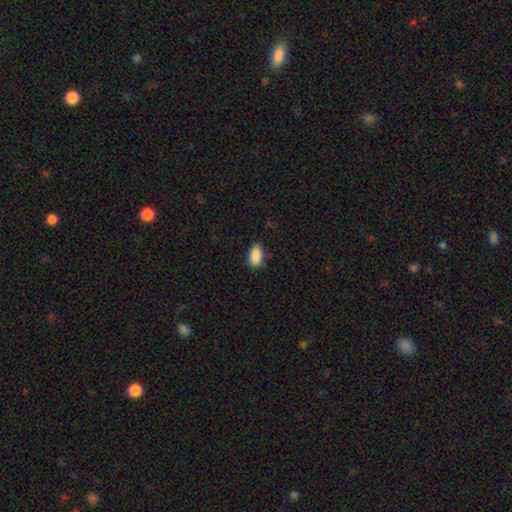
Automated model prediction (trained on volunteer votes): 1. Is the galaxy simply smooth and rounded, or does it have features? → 90% smooth, 7% star or artifact, 3% featured or disk.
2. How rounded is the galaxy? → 92% in between, 7% round, 2% cigar-shaped.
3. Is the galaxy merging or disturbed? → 84% none, 12% minor disturbance, 3% major disturbance, 1% merger.